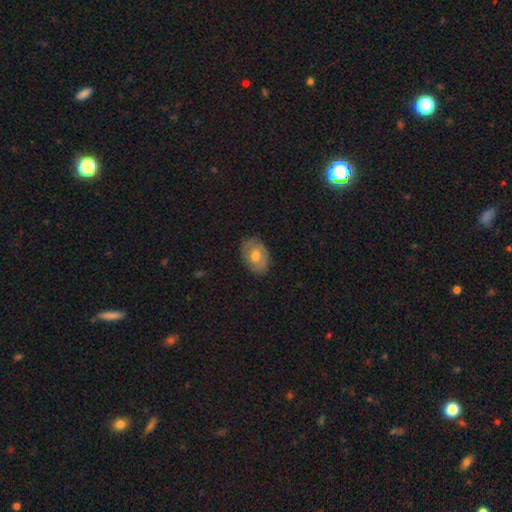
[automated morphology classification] smooth_or_featured: smooth (p=0.58) [alt: featured or disk p=0.35]
how_rounded: in between (p=0.75) [alt: round p=0.24]
merging: none (p=0.81) [alt: minor disturbance p=0.15]